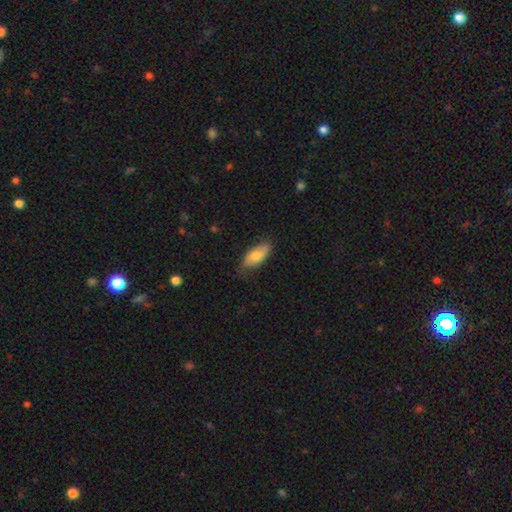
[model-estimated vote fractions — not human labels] Smooth or featured: smooth — 71% (featured or disk — 23%)
How rounded: in between — 89% (cigar-shaped — 9%)
Merging: none — 72% (minor disturbance — 23%)